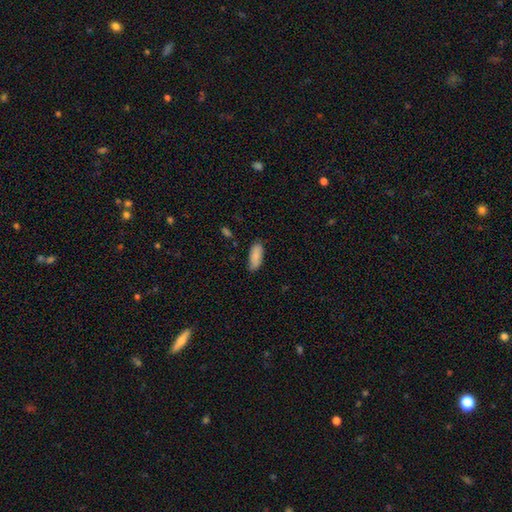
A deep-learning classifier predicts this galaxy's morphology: Q: Smooth or featured?
A: smooth (87%); runner-up: featured or disk (6%)
Q: How rounded?
A: in between (77%); runner-up: cigar-shaped (21%)
Q: Merging?
A: none (76%); runner-up: minor disturbance (19%)